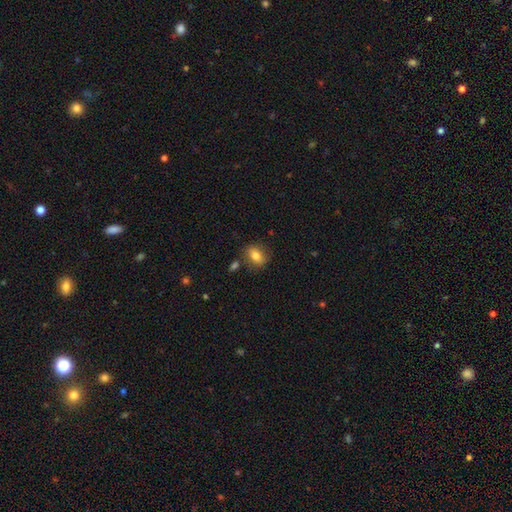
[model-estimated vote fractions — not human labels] Smooth or featured? smooth (79%)
How rounded? in between (69%)
Merging? none (79%)